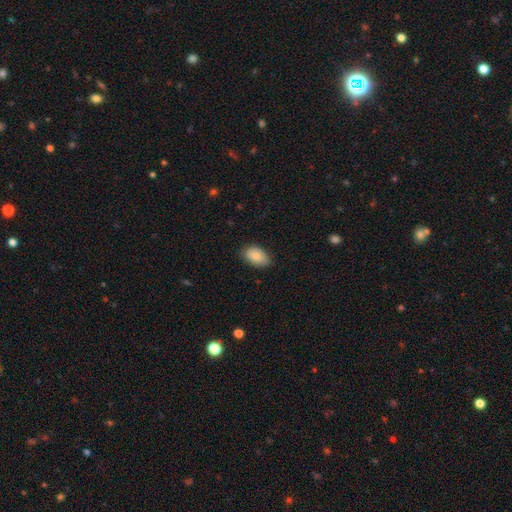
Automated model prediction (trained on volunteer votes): Q: Smooth or featured?
A: smooth (84%); runner-up: featured or disk (9%)
Q: How rounded?
A: in between (91%); runner-up: round (8%)
Q: Merging?
A: none (78%); runner-up: minor disturbance (18%)